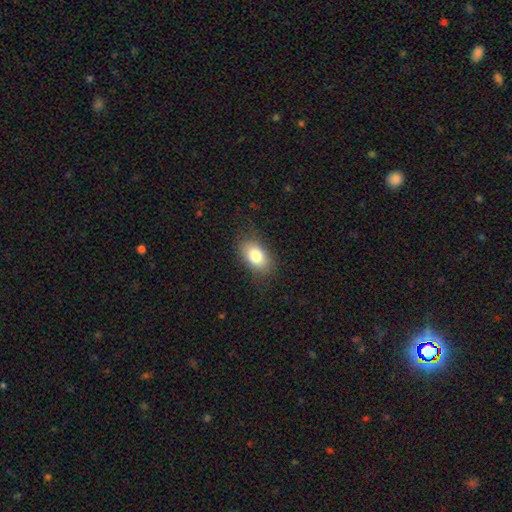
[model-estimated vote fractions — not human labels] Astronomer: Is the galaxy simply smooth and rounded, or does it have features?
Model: smooth — 81%.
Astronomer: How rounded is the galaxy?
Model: in between — 88%.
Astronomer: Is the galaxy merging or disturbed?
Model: none — 82%.